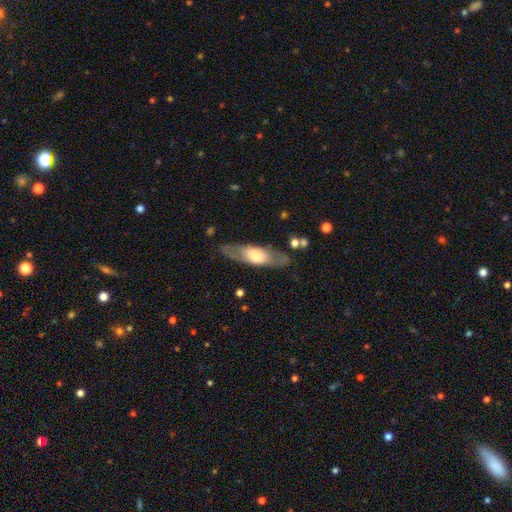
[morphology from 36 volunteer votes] This is possibly a featured or disk galaxy (53%). It is likely not viewed edge-on (63%). Bar: clearly no (92%). Spiral arm pattern: clearly no (92%). Central bulge: possibly large (58%). Merging: clearly none (83%).